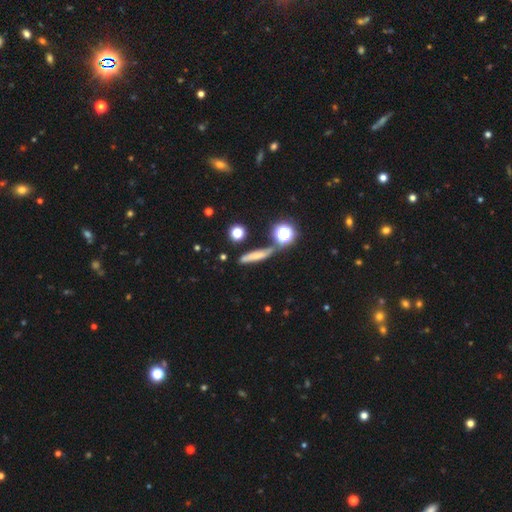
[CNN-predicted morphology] smooth_or_featured: smooth (p=0.56) [alt: featured or disk p=0.25]
how_rounded: cigar-shaped (p=0.68) [alt: round p=0.17]
merging: none (p=0.69) [alt: minor disturbance p=0.15]